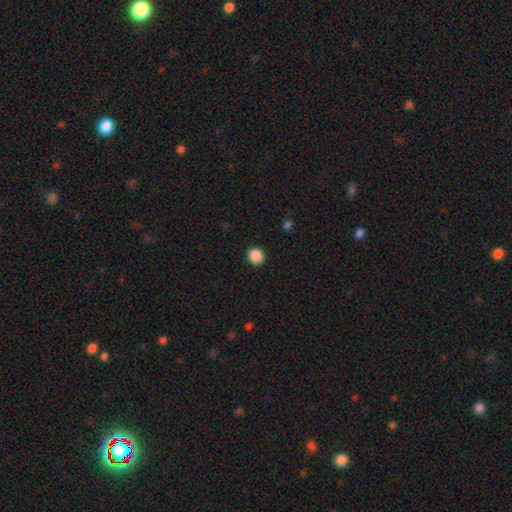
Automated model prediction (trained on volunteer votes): A smooth galaxy with no disk features (88%) that is round (77%).

Vote fractions:
- Smooth or featured? smooth: 88% / star or artifact: 9% / featured or disk: 3%
- How rounded? round: 77% / in between: 22% / cigar-shaped: 1%
- Merging? none: 90% / minor disturbance: 7% / major disturbance: 2% / merger: 1%